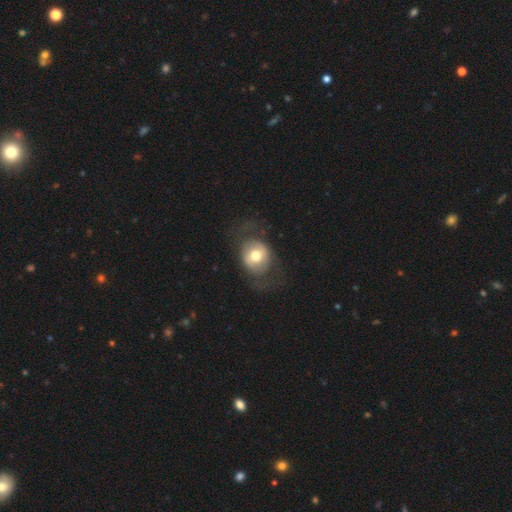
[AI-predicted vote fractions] Smooth or featured? Predicted: smooth (p=0.54). How rounded? Predicted: round (p=0.62). Merging? Predicted: none (p=0.69).